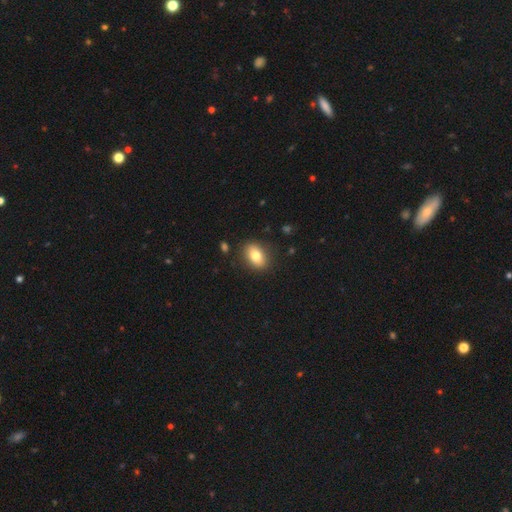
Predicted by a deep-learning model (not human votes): Smooth or featured?
  - smooth: 79% *
  - featured or disk: 13%
  - star or artifact: 8%
How rounded?
  - in between: 80% *
  - round: 18%
  - cigar-shaped: 2%
Merging?
  - none: 87% *
  - minor disturbance: 9%
  - major disturbance: 3%
  - merger: 1%